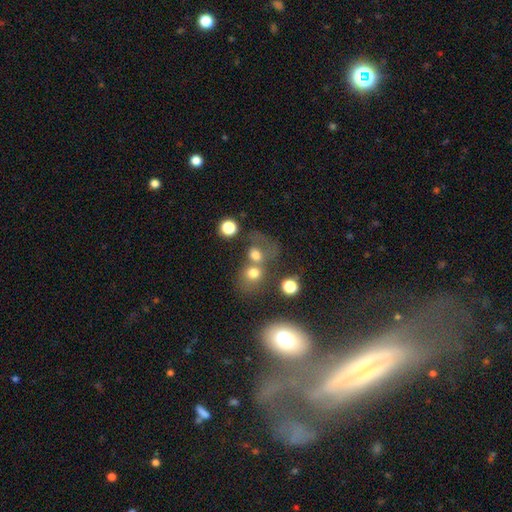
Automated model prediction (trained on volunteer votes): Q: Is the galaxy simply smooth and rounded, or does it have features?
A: smooth — 65%.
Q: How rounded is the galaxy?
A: round — 67%.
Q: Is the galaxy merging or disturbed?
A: merger — 52%.